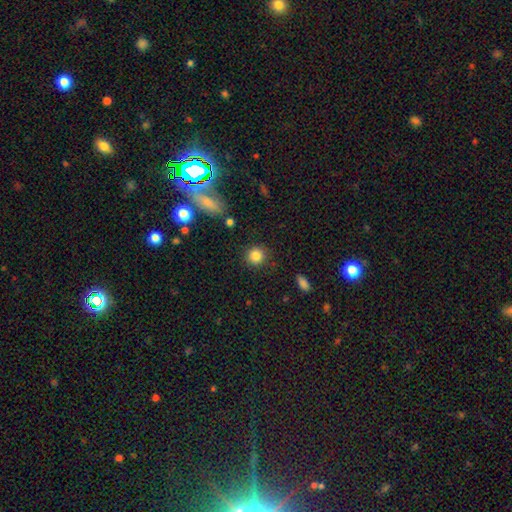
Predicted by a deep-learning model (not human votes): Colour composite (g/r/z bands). It shows a smooth galaxy with no disk features (84%) that is round (91%). Merging: none (88%).